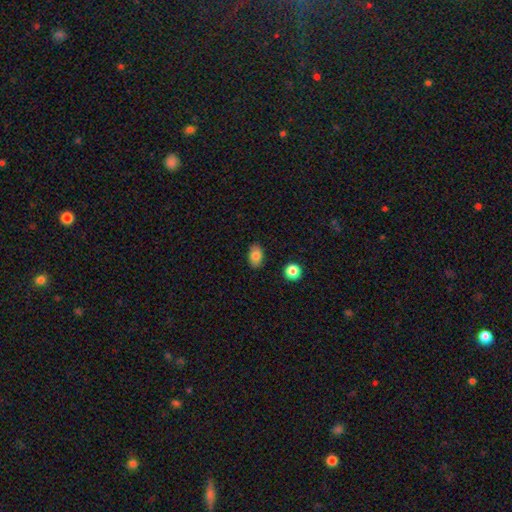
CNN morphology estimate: A smooth galaxy with no disk features (83%) that is in between round and cigar-shaped (87%). Merging: none (87%).